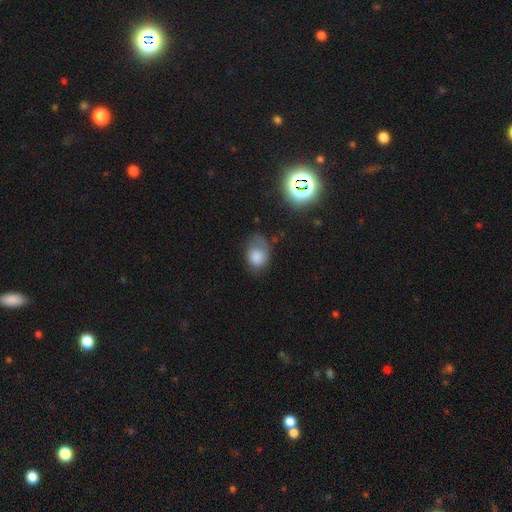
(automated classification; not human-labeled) This is likely a smooth galaxy (71%). How rounded: likely in between (65%). Merging: marginally none (41%).